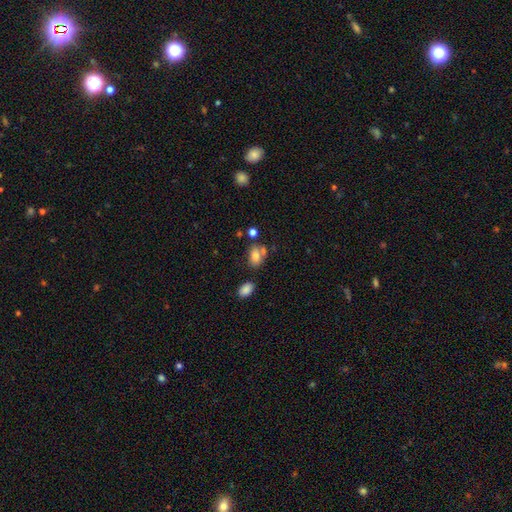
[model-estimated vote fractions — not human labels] smooth-or-featured: smooth: 77% | featured or disk: 13% | star or artifact: 10%
  how-rounded: in between: 80% | round: 18% | cigar-shaped: 2%
  merging: none: 53% | merger: 24% | minor disturbance: 16% | major disturbance: 6%